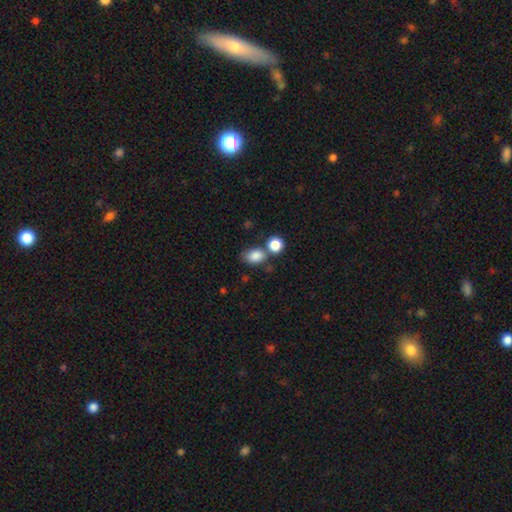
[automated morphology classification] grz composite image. It shows a smooth galaxy with no disk features (85%) that is in between round and cigar-shaped (72%). Merging: none (58%).